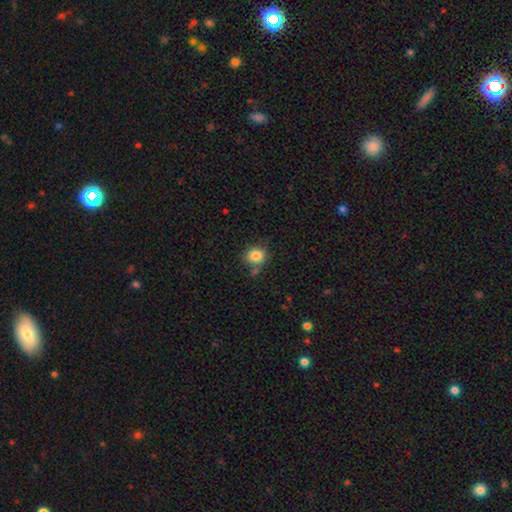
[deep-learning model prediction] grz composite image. It shows a smooth galaxy with no disk features (83%) that is round (75%). Merging: none (72%).